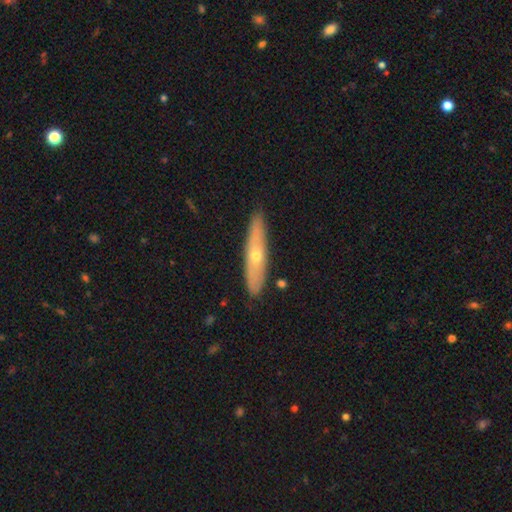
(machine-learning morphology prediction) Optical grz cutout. It shows a featured or disk galaxy (50%) viewed edge-on (68%). Merging: none (87%).